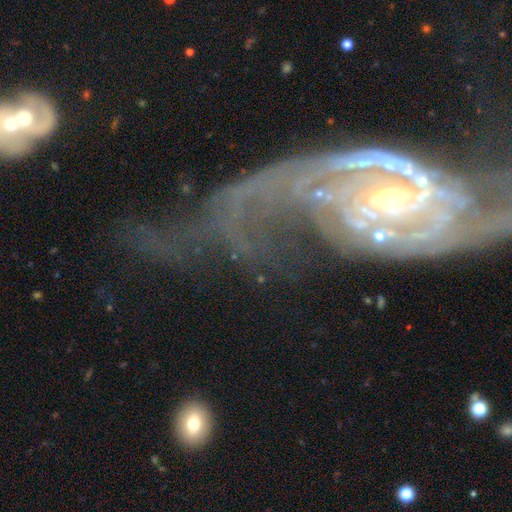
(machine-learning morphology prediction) Q: Smooth or featured?
A: featured or disk (84%); runner-up: smooth (8%)
Q: Edge-on disk?
A: no (94%); runner-up: yes (6%)
Q: Bar?
A: no (50%); runner-up: weak (32%)
Q: Spiral arms?
A: yes (89%); runner-up: no (11%)
Q: Spiral winding?
A: tight (41%); runner-up: medium (36%)
Q: Spiral arm count?
A: 2 (47%); runner-up: can't tell (23%)
Q: Bulge size?
A: small (64%); runner-up: moderate (28%)
Q: Merging?
A: none (37%); runner-up: major disturbance (35%)